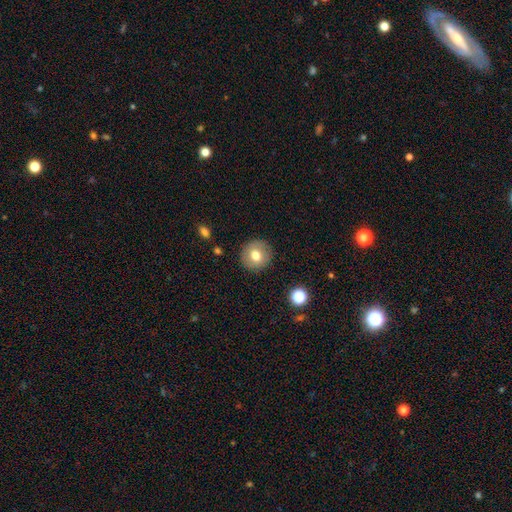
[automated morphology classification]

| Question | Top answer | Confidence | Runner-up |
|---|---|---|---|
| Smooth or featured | smooth | 74% | featured or disk (17%) |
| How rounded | round | 92% | in between (7%) |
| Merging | none | 89% | minor disturbance (8%) |